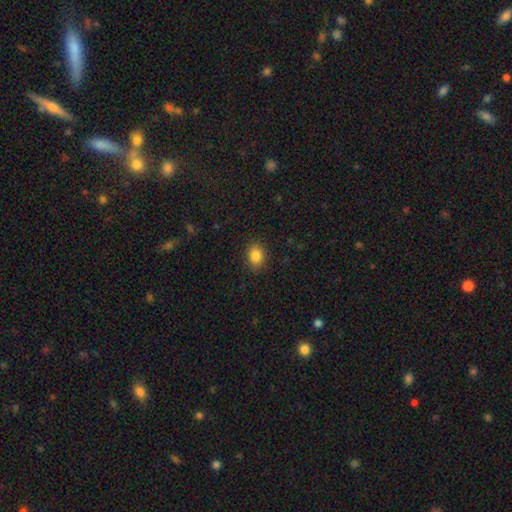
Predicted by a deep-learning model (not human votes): Smooth or featured?
  - smooth: 85% *
  - star or artifact: 10%
  - featured or disk: 5%
How rounded?
  - in between: 54% *
  - round: 45%
  - cigar-shaped: 1%
Merging?
  - none: 87% *
  - minor disturbance: 10%
  - major disturbance: 2%
  - merger: 1%